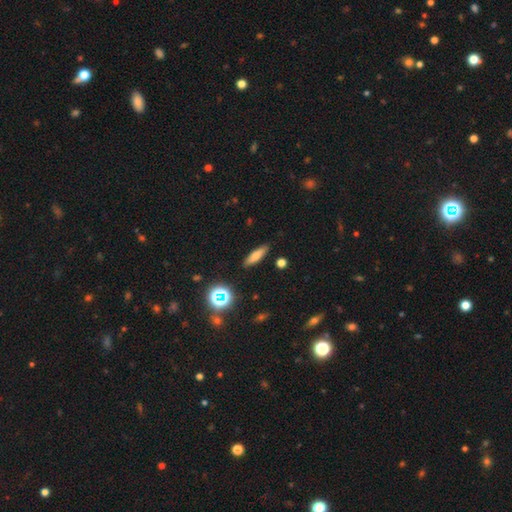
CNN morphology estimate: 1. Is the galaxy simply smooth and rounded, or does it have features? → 70% smooth, 18% featured or disk, 12% star or artifact.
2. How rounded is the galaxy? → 65% cigar-shaped, 32% in between, 4% round.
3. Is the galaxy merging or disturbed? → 88% none, 8% minor disturbance, 2% major disturbance, 2% merger.